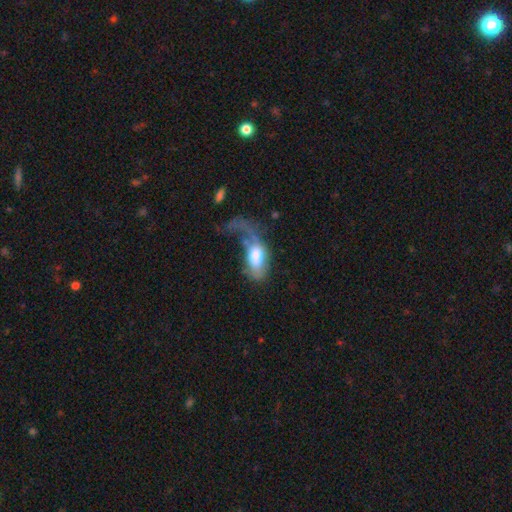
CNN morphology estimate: Smooth or featured? smooth (58%)
How rounded? in between (88%)
Merging? major disturbance (63%)